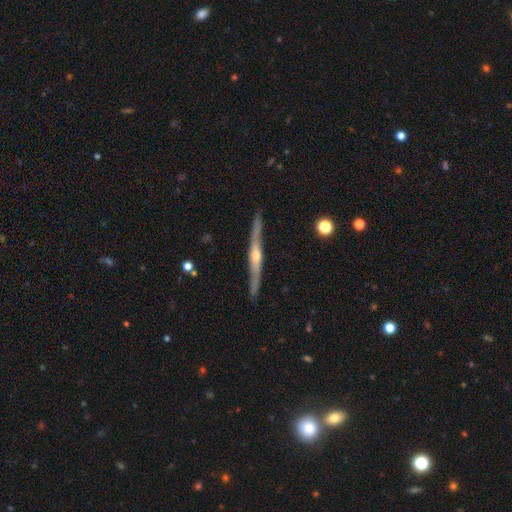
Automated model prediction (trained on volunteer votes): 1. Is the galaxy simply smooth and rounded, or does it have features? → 80% featured or disk, 15% smooth, 5% star or artifact.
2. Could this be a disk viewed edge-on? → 97% yes, 3% no.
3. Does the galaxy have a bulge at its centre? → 83% rounded, 12% none, 5% boxy.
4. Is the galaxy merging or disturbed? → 88% none, 9% minor disturbance, 2% major disturbance, 1% merger.